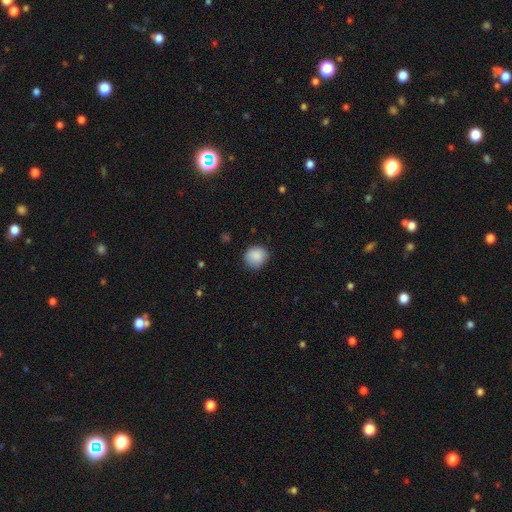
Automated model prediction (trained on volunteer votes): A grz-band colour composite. It shows a smooth galaxy with no disk features (88%) that is round (85%). Merging: none (82%).